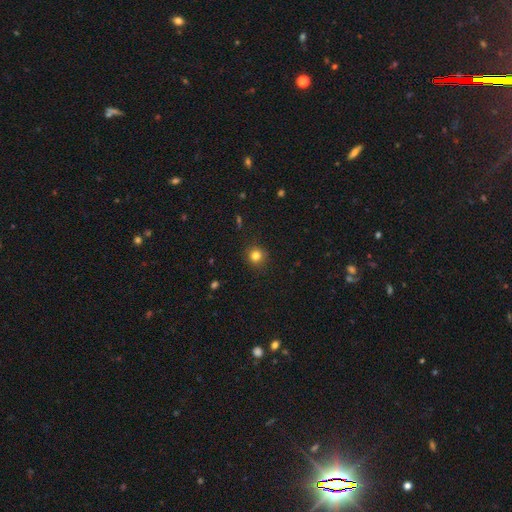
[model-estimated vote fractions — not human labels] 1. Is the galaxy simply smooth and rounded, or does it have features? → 81% smooth, 13% star or artifact, 5% featured or disk.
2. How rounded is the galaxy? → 92% round, 7% in between, 1% cigar-shaped.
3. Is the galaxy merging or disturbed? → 90% none, 7% minor disturbance, 2% major disturbance, 1% merger.